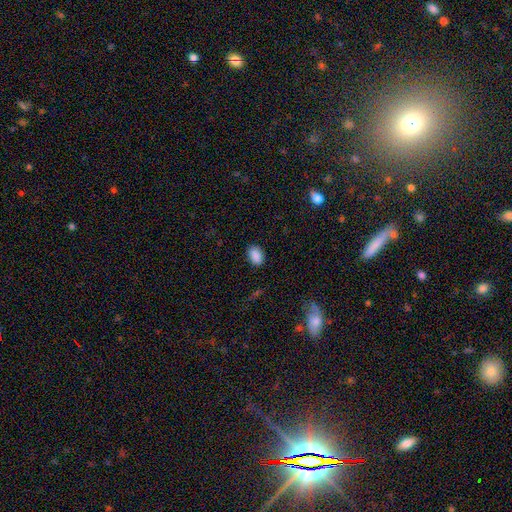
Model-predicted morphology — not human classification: This appears to be a smooth galaxy with no disk features (88%) that is in between round and cigar-shaped (84%). Merging: none (85%).